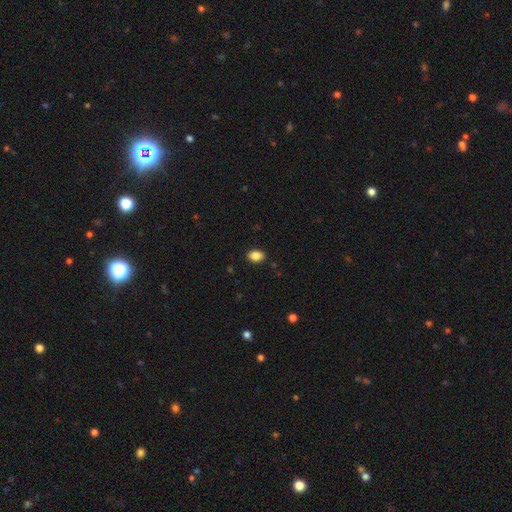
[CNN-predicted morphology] This appears to be a smooth galaxy with no disk features (87%) that is in between round and cigar-shaped (81%). Merging: none (89%).